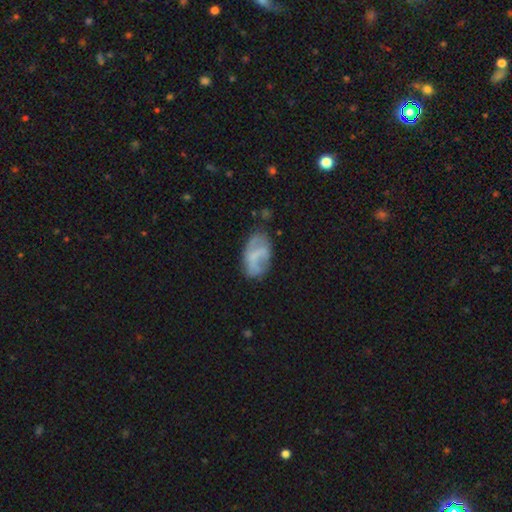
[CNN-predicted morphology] This appears to be a smooth galaxy with no disk features (46%). Merging: none (57%).